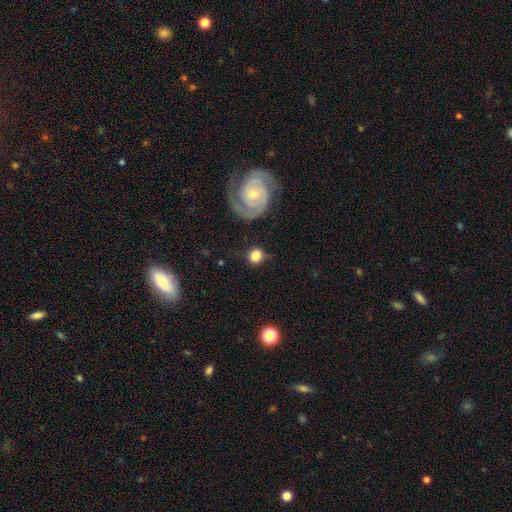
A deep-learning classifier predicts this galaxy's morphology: smooth 72%, featured or disk 20%, star or artifact 8%. Down the decision tree: how rounded — round (86%); merging — none (74%).